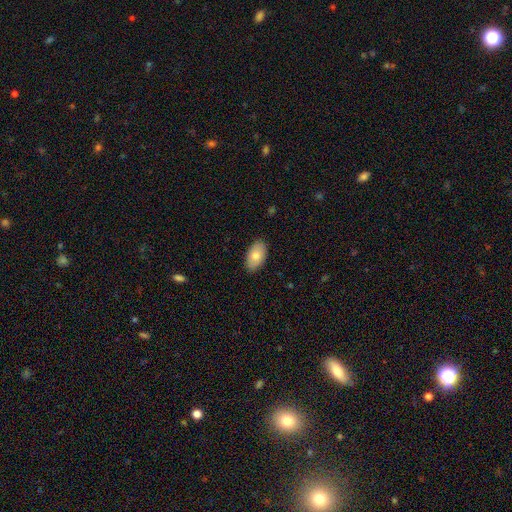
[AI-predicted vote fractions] Smooth or featured? Predicted: smooth (p=0.79). How rounded? Predicted: in between (p=0.94). Merging? Predicted: none (p=0.88).